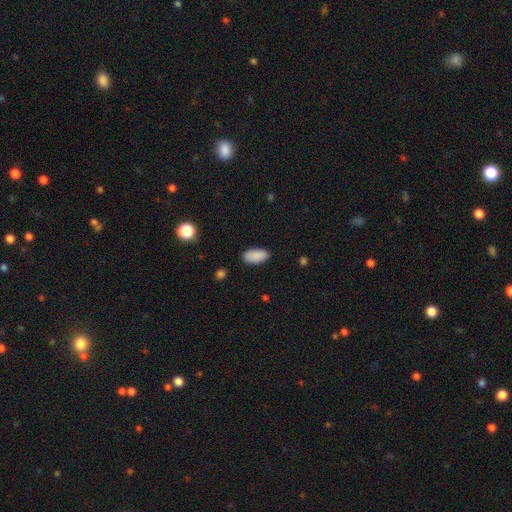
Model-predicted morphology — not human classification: Smooth or featured? smooth (90%)
How rounded? in between (93%)
Merging? none (88%)